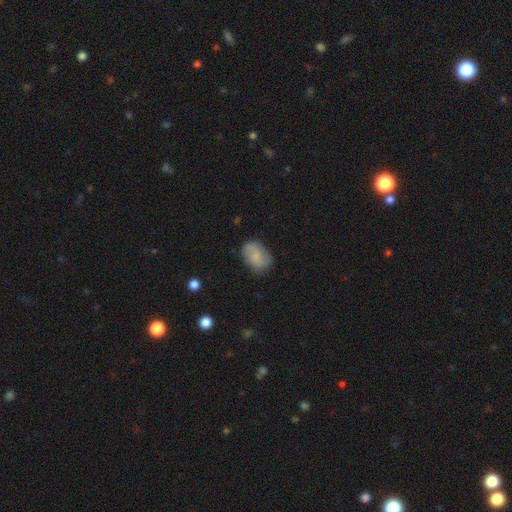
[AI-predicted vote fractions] smooth-or-featured: smooth: 58% | featured or disk: 34% | star or artifact: 8%
  how-rounded: in between: 79% | round: 19% | cigar-shaped: 2%
  merging: none: 75% | minor disturbance: 18% | major disturbance: 5% | merger: 2%